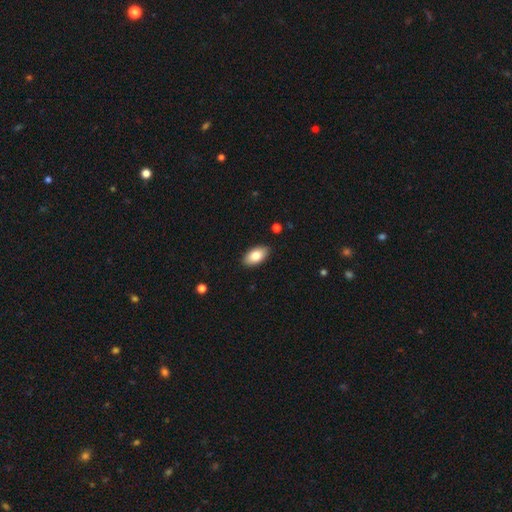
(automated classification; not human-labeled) smooth_or_featured: smooth (p=0.82) [alt: featured or disk p=0.11]
how_rounded: in between (p=0.94) [alt: cigar-shaped p=0.03]
merging: none (p=0.89) [alt: minor disturbance p=0.08]